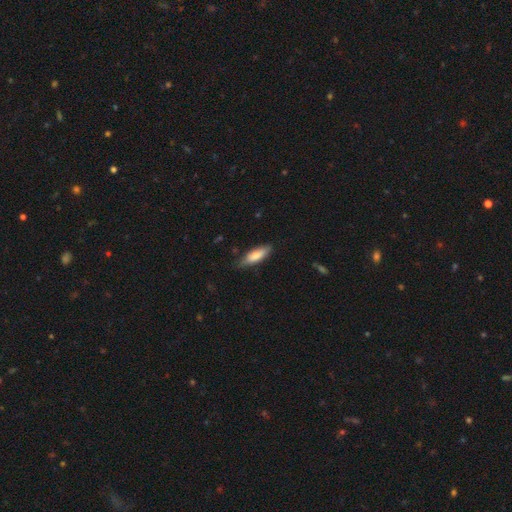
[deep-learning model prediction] A smooth galaxy with no disk features (78%) that is in between round and cigar-shaped (58%). Merging: none (73%).